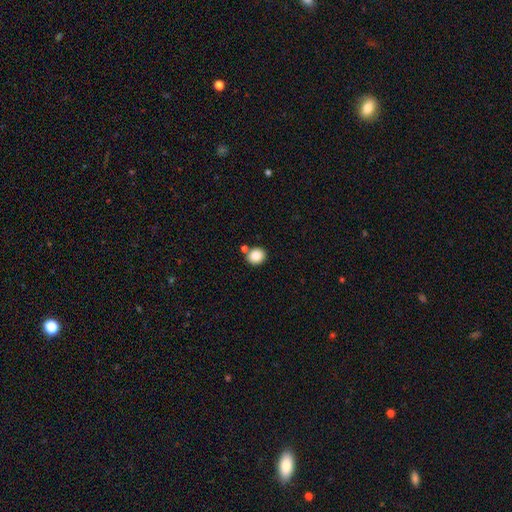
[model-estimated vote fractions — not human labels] A smooth galaxy with no disk features (86%) that is round (78%). Merging: none (76%).